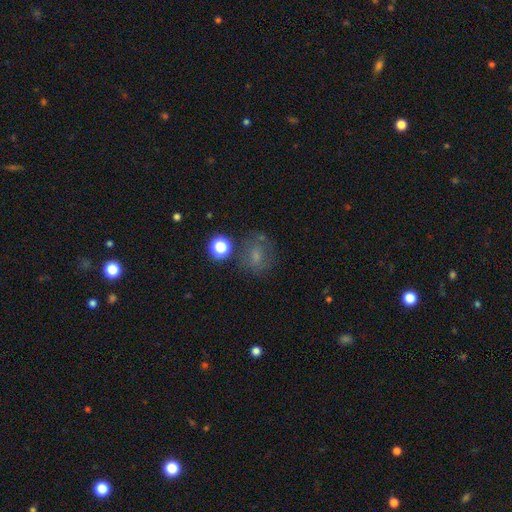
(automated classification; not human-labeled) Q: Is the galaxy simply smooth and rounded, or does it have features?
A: smooth — 54%.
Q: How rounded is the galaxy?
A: round — 67%.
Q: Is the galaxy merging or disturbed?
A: none — 61%.